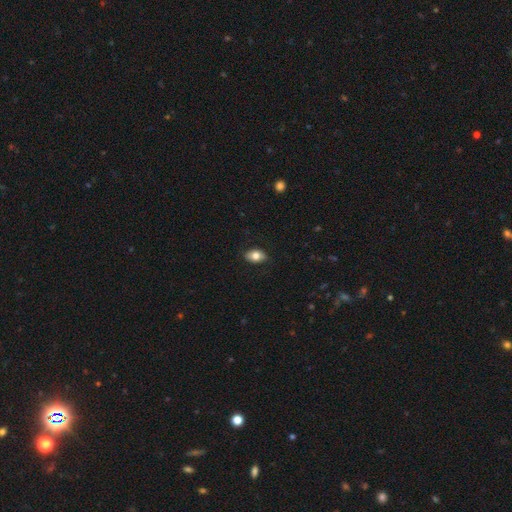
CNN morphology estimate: The model was most divided on "smooth or featured": smooth: 78%, featured or disk: 14%, star or artifact: 8%. More confident: how rounded — in between (87%); merging — none (84%).